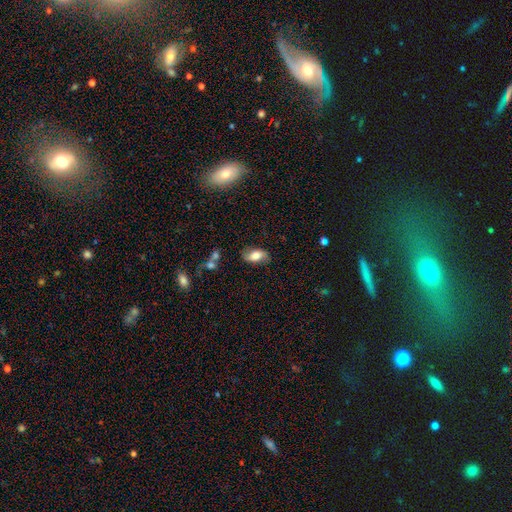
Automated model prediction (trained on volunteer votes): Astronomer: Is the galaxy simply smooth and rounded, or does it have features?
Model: smooth — 65%.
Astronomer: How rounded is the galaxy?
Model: in between — 90%.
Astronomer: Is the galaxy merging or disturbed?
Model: none — 74%.